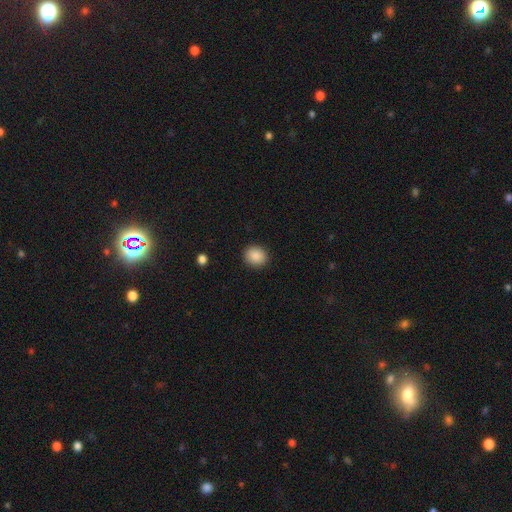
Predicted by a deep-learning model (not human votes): smooth_or_featured: smooth (p=0.88) [alt: star or artifact p=0.08]
how_rounded: round (p=0.71) [alt: in between p=0.28]
merging: none (p=0.90) [alt: minor disturbance p=0.07]